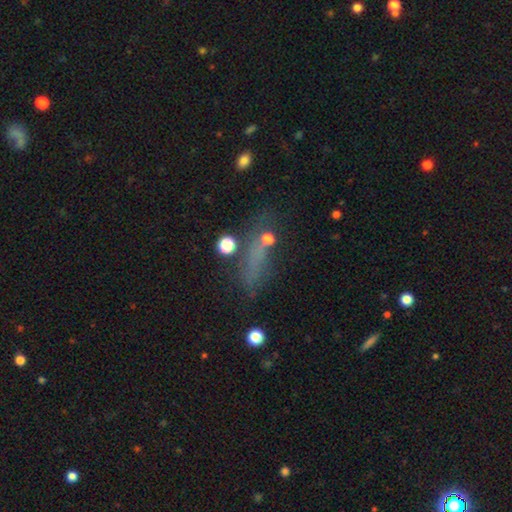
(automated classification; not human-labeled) Overall: smooth (51%; star or artifact 30%). How rounded: cigar-shaped (48%; in between 37%). Merging: none (61%).